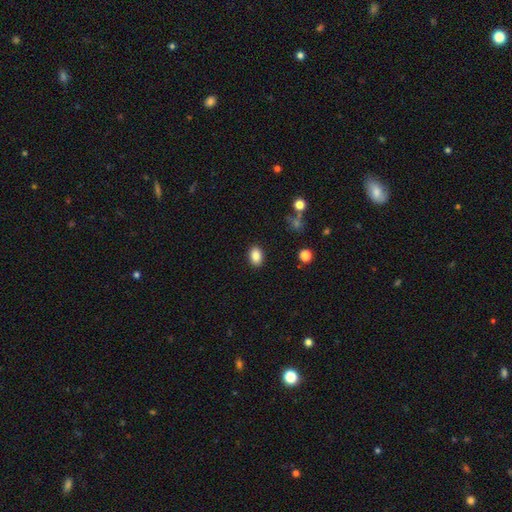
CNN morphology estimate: Overall: smooth (86%). How rounded: in between (83%). Merging: none (89%).